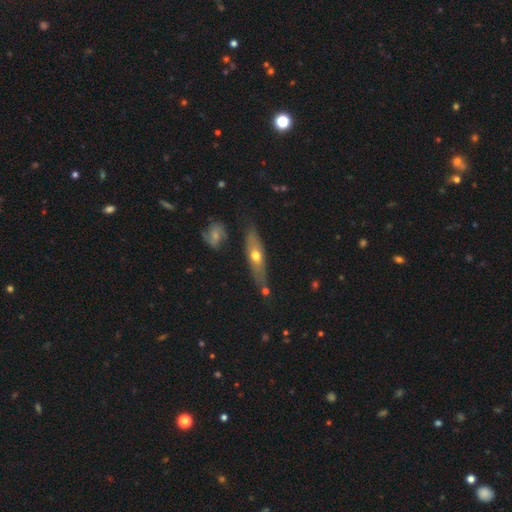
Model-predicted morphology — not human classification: Smooth or featured: featured or disk — 50% (smooth — 43%)
Edge-on disk: yes — 65% (no — 35%)
Merging: none — 73% (minor disturbance — 17%)